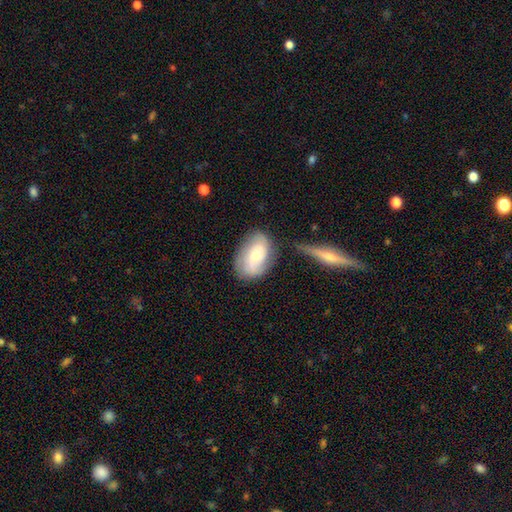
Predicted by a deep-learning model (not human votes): Overall: smooth (47%; featured or disk 46%). Merging: none (62%; minor disturbance 22%).